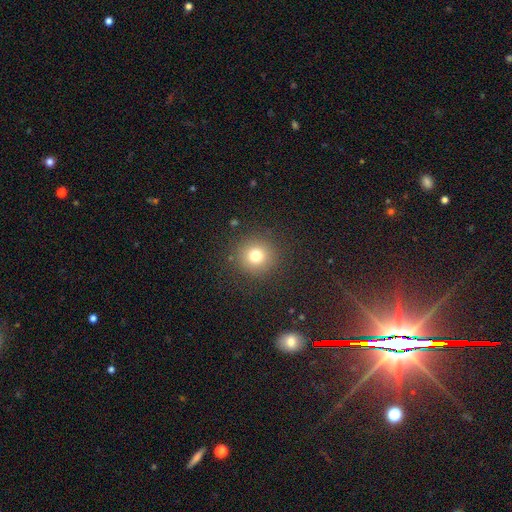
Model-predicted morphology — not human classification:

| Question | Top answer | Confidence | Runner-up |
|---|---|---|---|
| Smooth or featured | smooth | 75% | star or artifact (15%) |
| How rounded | round | 94% | in between (5%) |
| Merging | none | 89% | minor disturbance (7%) |